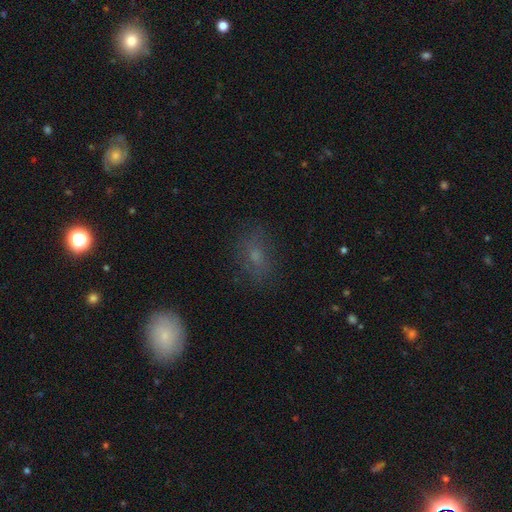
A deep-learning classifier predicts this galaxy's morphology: smooth 58%, featured or disk 21%, star or artifact 20%. Down the decision tree: how rounded — in between (71%); merging — none (74%).